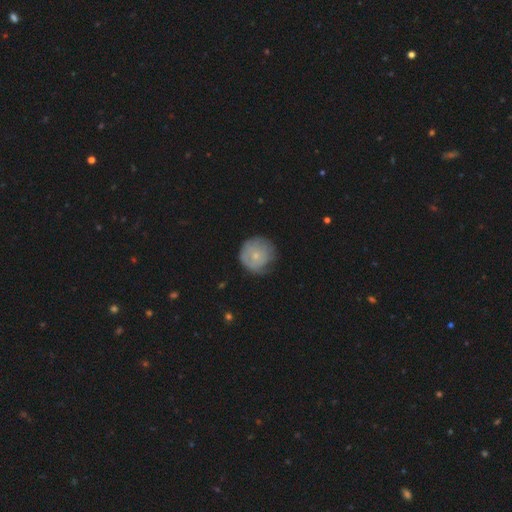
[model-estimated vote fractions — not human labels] The model was most divided on "smooth or featured": smooth: 61%, featured or disk: 31%, star or artifact: 7%. More confident: how rounded — round (93%); merging — none (62%).